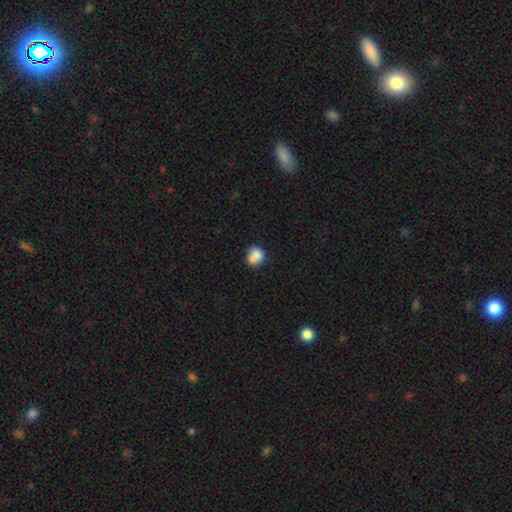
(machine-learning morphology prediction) Q: Smooth or featured?
A: smooth (77%); runner-up: featured or disk (13%)
Q: How rounded?
A: round (76%); runner-up: in between (23%)
Q: Merging?
A: none (47%); runner-up: merger (30%)